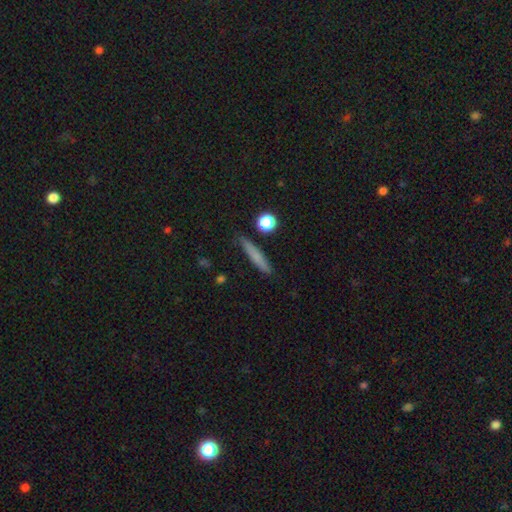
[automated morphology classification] Q: Smooth or featured?
A: smooth (71%); runner-up: featured or disk (21%)
Q: How rounded?
A: cigar-shaped (90%); runner-up: in between (7%)
Q: Merging?
A: none (84%); runner-up: minor disturbance (11%)